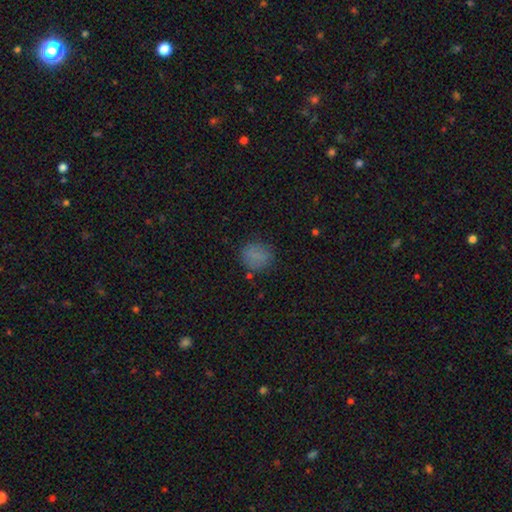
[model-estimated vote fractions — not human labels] smooth_or_featured: smooth (p=0.79) [alt: star or artifact p=0.14]
how_rounded: round (p=0.73) [alt: in between p=0.26]
merging: none (p=0.76) [alt: minor disturbance p=0.15]